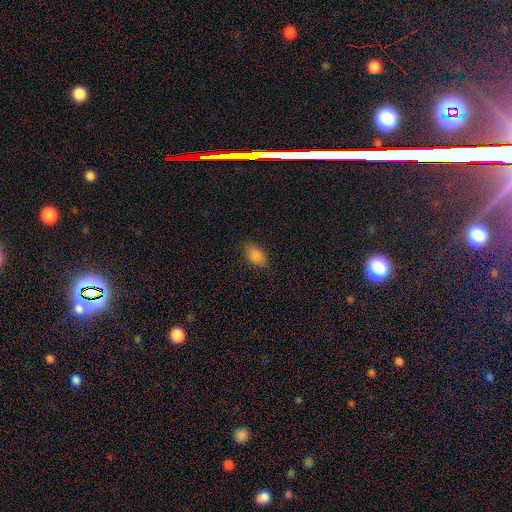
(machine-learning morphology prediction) Smooth or featured? smooth (85%)
How rounded? in between (90%)
Merging? none (78%)